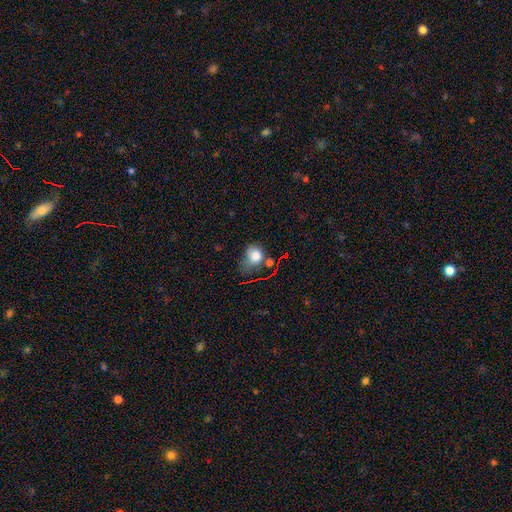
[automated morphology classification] Smooth or featured? smooth (74%)
How rounded? round (52%)
Merging? none (30%, tied with minor disturbance)